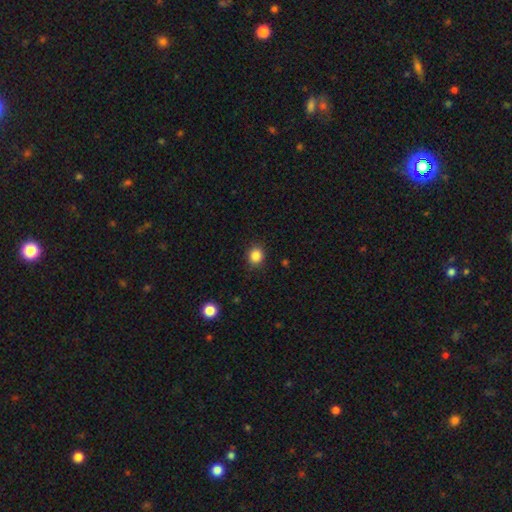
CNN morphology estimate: Smooth or featured? Predicted: smooth (p=0.86). How rounded? Predicted: round (p=0.80). Merging? Predicted: none (p=0.88).